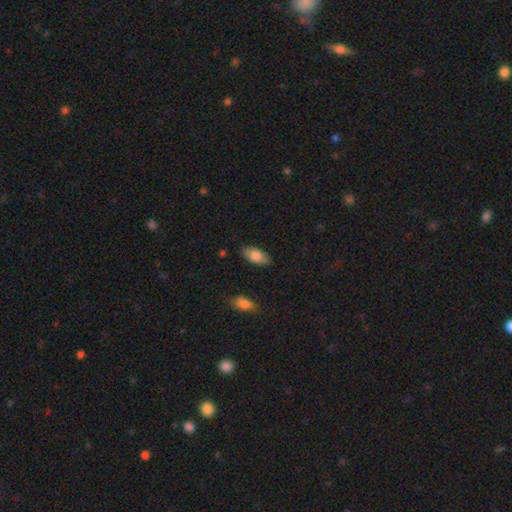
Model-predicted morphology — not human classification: Smooth or featured? smooth (82%)
How rounded? in between (91%)
Merging? none (85%)